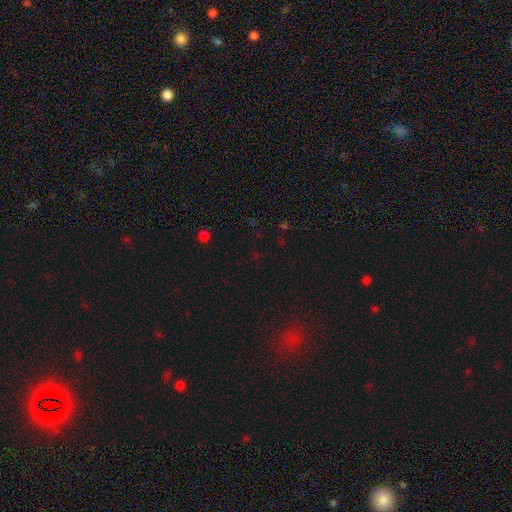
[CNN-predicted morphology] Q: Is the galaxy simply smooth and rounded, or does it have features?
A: star or artifact — 68%.